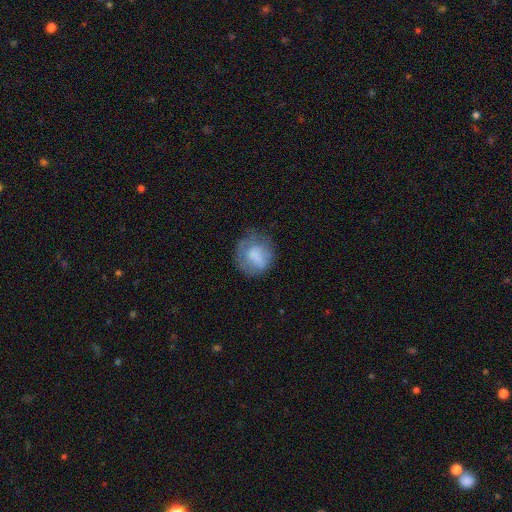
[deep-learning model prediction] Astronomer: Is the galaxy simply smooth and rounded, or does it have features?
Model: smooth — 67%.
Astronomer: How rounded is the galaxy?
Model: round — 75%.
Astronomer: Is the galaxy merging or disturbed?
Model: none — 50% (runner-up: minor disturbance, 29%).